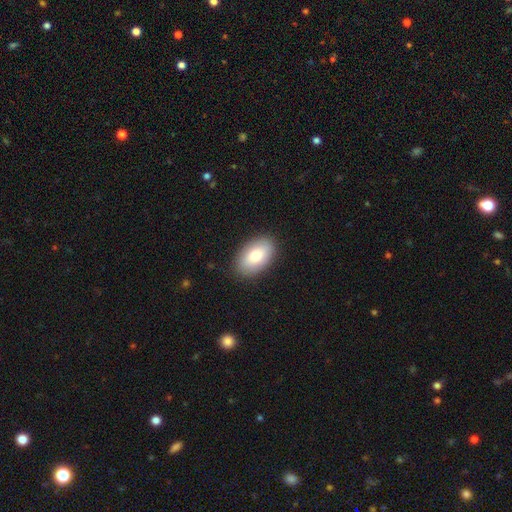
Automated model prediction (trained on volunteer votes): smooth 78%, featured or disk 16%, star or artifact 7%. Down the decision tree: how rounded — in between (92%); merging — none (88%).